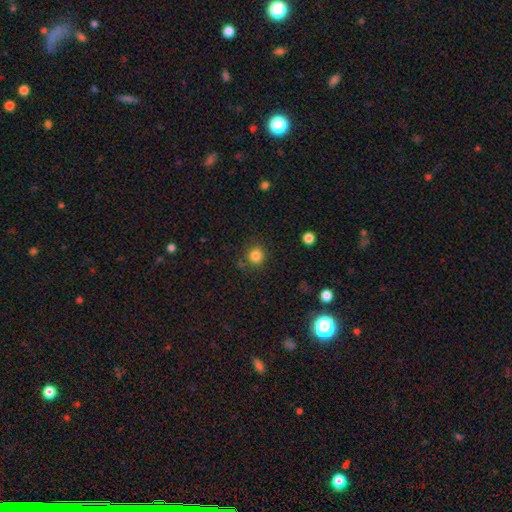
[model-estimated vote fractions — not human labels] The model was most divided on "smooth or featured": smooth: 83%, star or artifact: 12%, featured or disk: 5%. More confident: how rounded — round (90%); merging — none (83%).